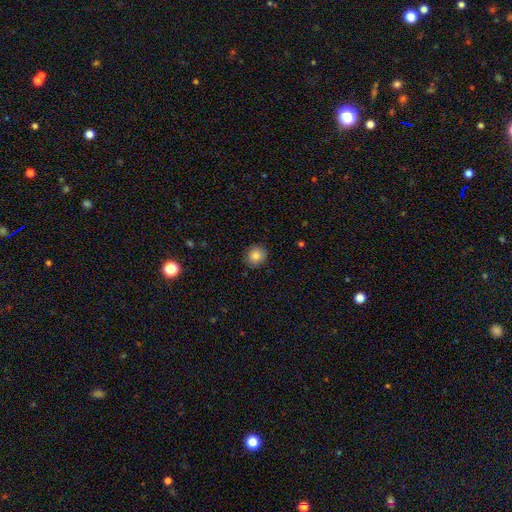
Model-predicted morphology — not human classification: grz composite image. It shows a smooth galaxy with no disk features (84%) that is round (88%). Merging: none (88%).